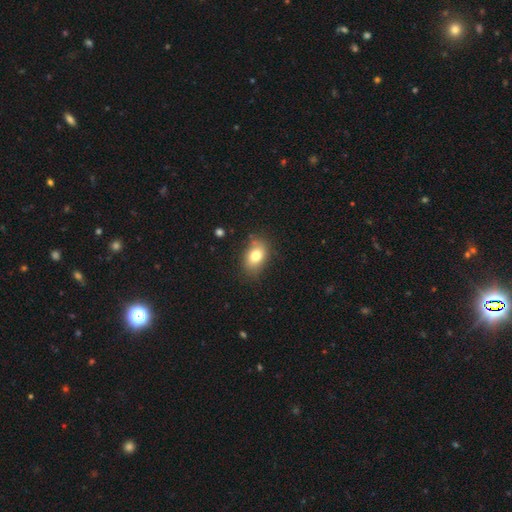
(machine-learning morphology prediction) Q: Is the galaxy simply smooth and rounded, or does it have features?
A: smooth — 77%.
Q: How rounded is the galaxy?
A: in between — 78%.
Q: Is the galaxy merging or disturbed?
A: none — 77%.